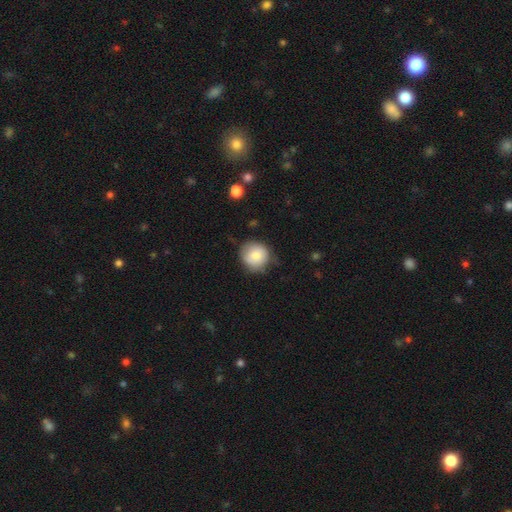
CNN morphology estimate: Smooth or featured? Predicted: smooth (p=0.78). How rounded? Predicted: round (p=0.89). Merging? Predicted: none (p=0.70).